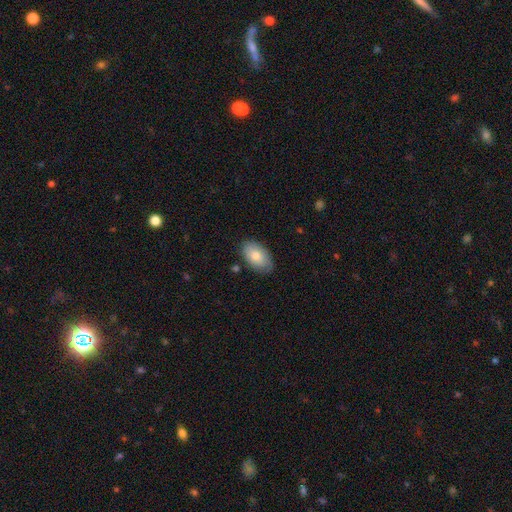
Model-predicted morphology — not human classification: Smooth or featured?
  - smooth: 78% *
  - featured or disk: 16%
  - star or artifact: 6%
How rounded?
  - in between: 93% *
  - round: 5%
  - cigar-shaped: 1%
Merging?
  - none: 84% *
  - minor disturbance: 12%
  - major disturbance: 2%
  - merger: 1%